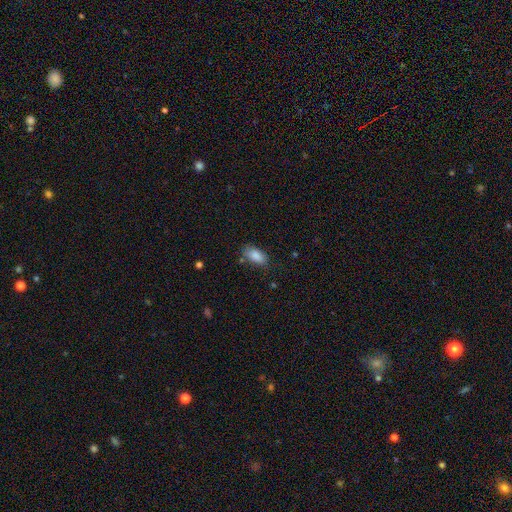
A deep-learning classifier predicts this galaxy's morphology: smooth-or-featured: smooth: 87% | star or artifact: 7% | featured or disk: 6%
  how-rounded: in between: 89% | cigar-shaped: 8% | round: 3%
  merging: none: 75% | minor disturbance: 18% | major disturbance: 4% | merger: 2%